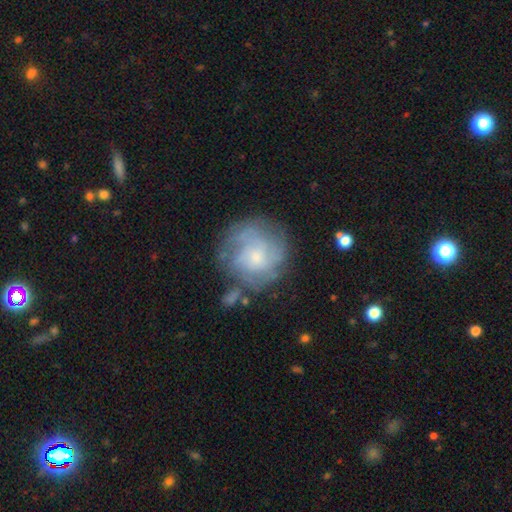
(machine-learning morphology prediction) smooth-or-featured: featured or disk: 61% | smooth: 30% | star or artifact: 9%
  disk-edge-on: no: 98% | yes: 2%
    bar: no: 73% | weak: 24% | strong: 3%
    has-spiral-arms: yes: 76% | no: 24%
    bulge-size: small: 51% | moderate: 35% | none: 8% | large: 4% | dominant: 1%
  merging: none: 66% | minor disturbance: 19% | major disturbance: 11% | merger: 4%